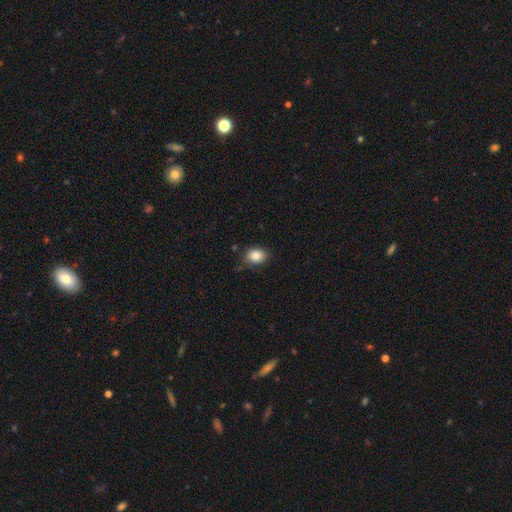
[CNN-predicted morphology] Smooth or featured? smooth (84%)
How rounded? in between (58%)
Merging? none (80%)